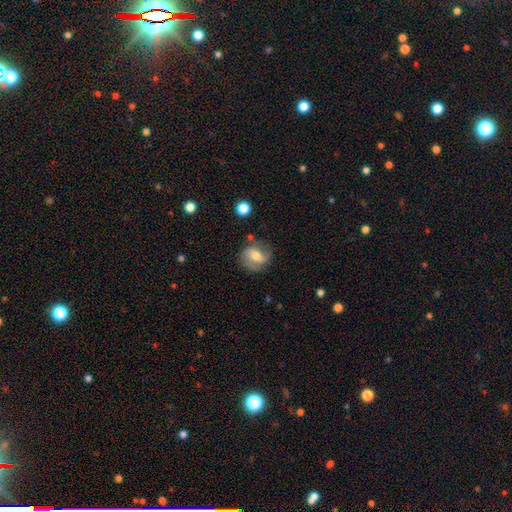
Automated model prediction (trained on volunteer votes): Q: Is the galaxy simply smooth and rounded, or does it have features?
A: featured or disk — 61%.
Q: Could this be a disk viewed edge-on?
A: no — 96%.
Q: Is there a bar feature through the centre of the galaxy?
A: weak — 45%.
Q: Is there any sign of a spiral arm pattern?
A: yes — 87%.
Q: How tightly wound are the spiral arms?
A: medium — 44%.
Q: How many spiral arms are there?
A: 2 — 77%.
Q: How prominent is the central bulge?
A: moderate — 64%.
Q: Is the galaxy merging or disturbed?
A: none — 72%.